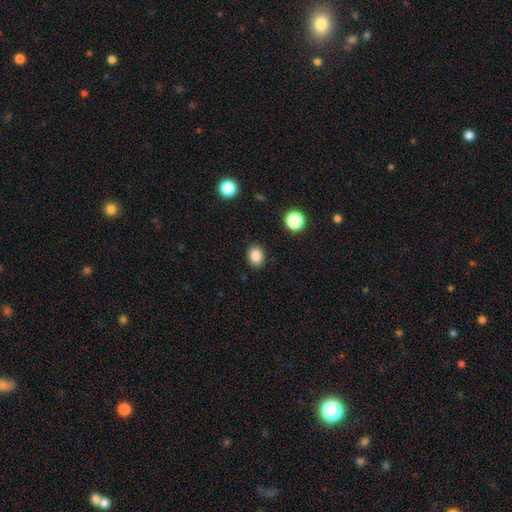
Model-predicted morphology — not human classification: Smooth or featured: smooth — 86% (star or artifact — 10%)
How rounded: in between — 53% (round — 46%)
Merging: none — 87% (minor disturbance — 9%)